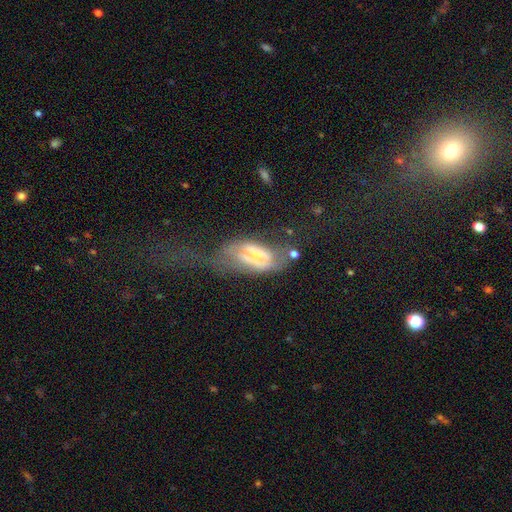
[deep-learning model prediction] This appears to be a featured or disk galaxy (49%). Merging: major disturbance (54%).